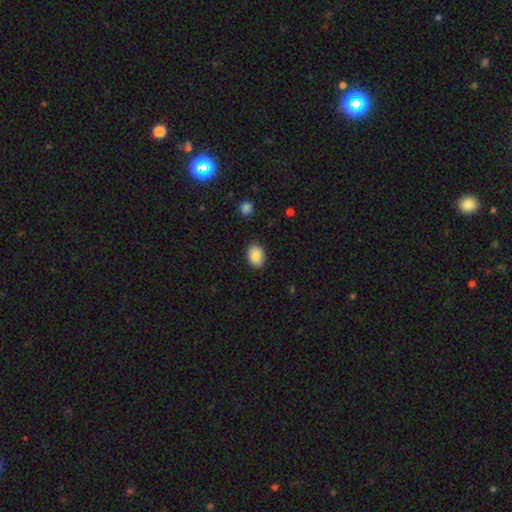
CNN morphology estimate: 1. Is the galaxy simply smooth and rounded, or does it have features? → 87% smooth, 7% star or artifact, 5% featured or disk.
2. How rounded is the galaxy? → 76% in between, 23% round, 1% cigar-shaped.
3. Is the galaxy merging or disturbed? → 88% none, 9% minor disturbance, 2% major disturbance, 1% merger.